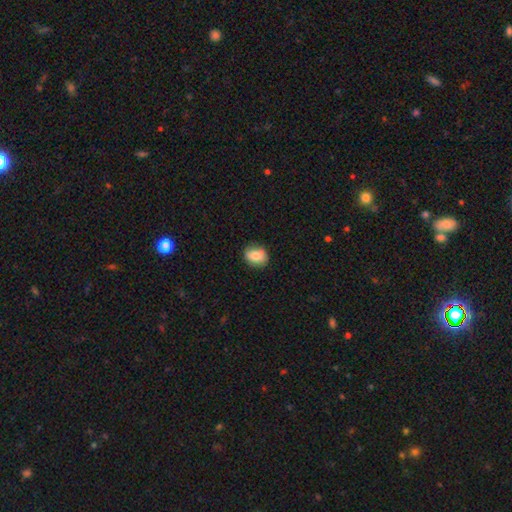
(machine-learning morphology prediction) The model was most divided on "how rounded": in between: 51%, round: 47%, cigar-shaped: 1%. More confident: merging — none (83%); smooth or featured — smooth (79%).